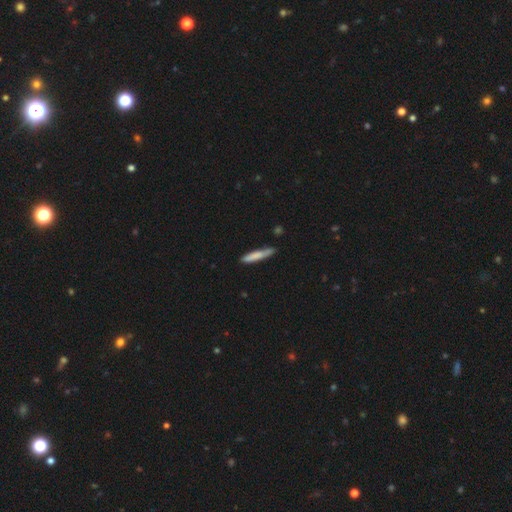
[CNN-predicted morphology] Smooth or featured? smooth (75%)
How rounded? cigar-shaped (93%)
Merging? none (76%)